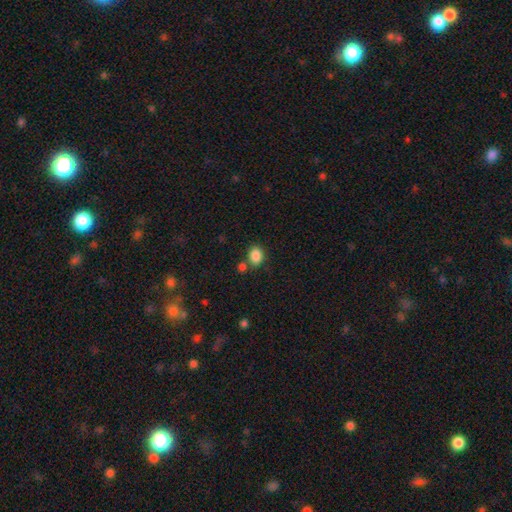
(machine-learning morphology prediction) Smooth or featured: smooth — 87% (star or artifact — 9%)
How rounded: in between — 60% (round — 39%)
Merging: none — 69% (merger — 15%)